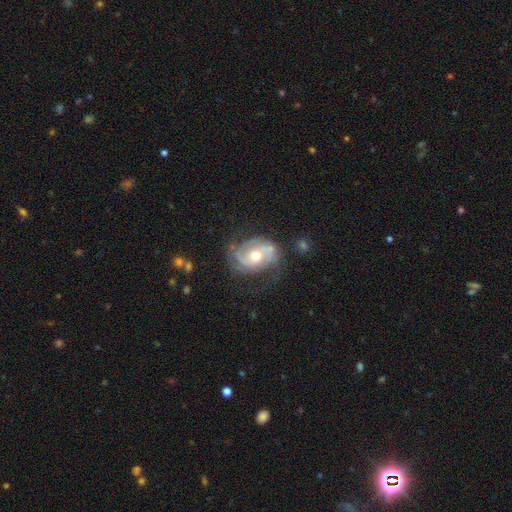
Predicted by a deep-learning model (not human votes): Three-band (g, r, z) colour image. It shows a featured or disk galaxy (82%) with no bar (59%), 2 (66%) medium (43%) spiral arms (92%) and a moderate central bulge (73%). Merging: none (63%).